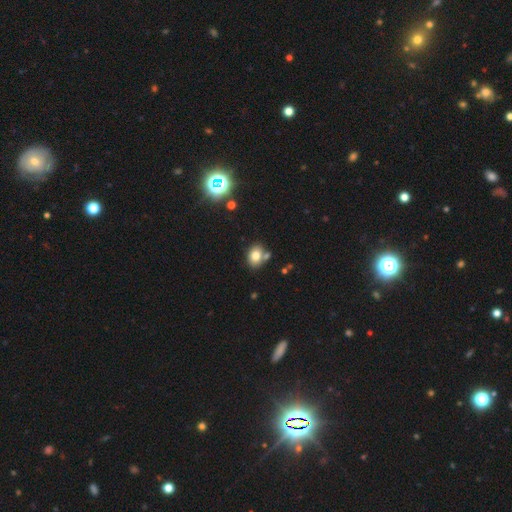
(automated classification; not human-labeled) smooth-or-featured: smooth: 77% | star or artifact: 12% | featured or disk: 10%
  how-rounded: in between: 59% | round: 40% | cigar-shaped: 1%
  merging: none: 67% | merger: 16% | minor disturbance: 13% | major disturbance: 3%